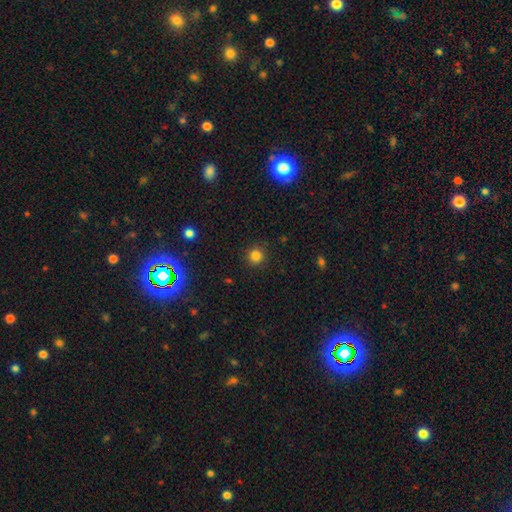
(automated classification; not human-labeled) Smooth or featured?
  - smooth: 81% *
  - star or artifact: 14%
  - featured or disk: 5%
How rounded?
  - round: 93% *
  - in between: 6%
  - cigar-shaped: 1%
Merging?
  - none: 90% *
  - minor disturbance: 7%
  - major disturbance: 2%
  - merger: 1%